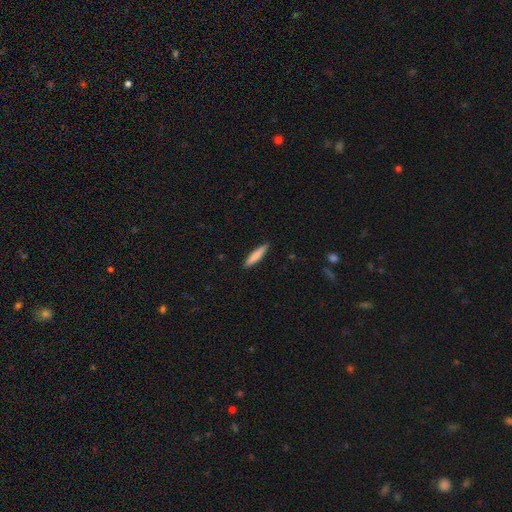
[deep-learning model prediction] Smooth or featured: smooth — 79% (featured or disk — 16%)
How rounded: cigar-shaped — 89% (in between — 10%)
Merging: none — 90% (minor disturbance — 7%)